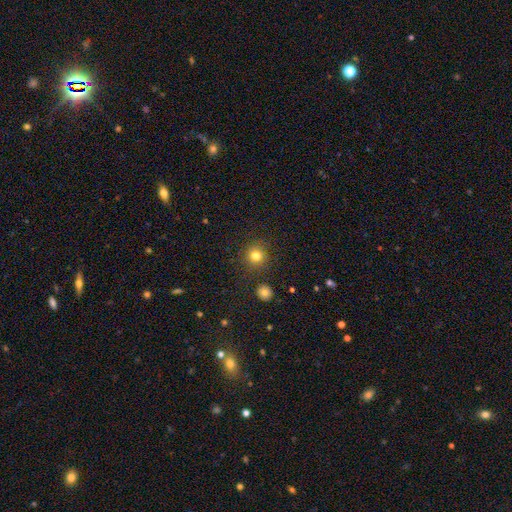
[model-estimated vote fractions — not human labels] A smooth galaxy with no disk features (80%) that is round (92%).

Vote fractions:
- Smooth or featured? smooth: 80% / star or artifact: 14% / featured or disk: 6%
- How rounded? round: 92% / in between: 7% / cigar-shaped: 1%
- Merging? none: 88% / minor disturbance: 7% / major disturbance: 3% / merger: 2%